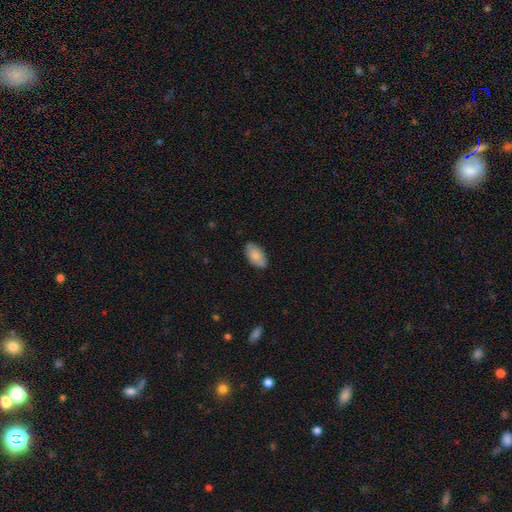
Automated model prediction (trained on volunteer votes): The model was most divided on "merging": none: 77%, minor disturbance: 17%, merger: 3%, major disturbance: 3%. More confident: how rounded — in between (94%); smooth or featured — smooth (79%).